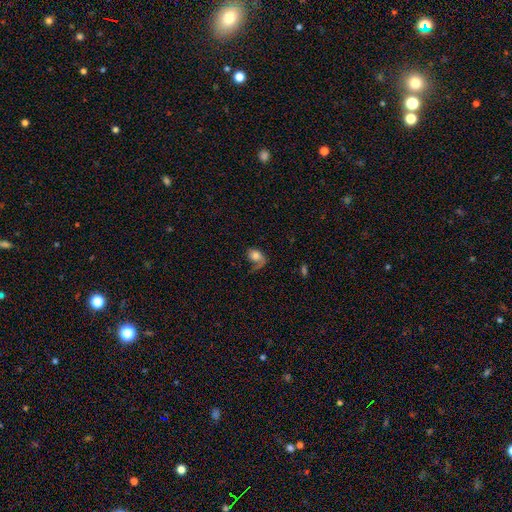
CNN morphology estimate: Overall: smooth (57%; featured or disk 35%). How rounded: in between (75%). Merging: major disturbance (41%; none 33%).